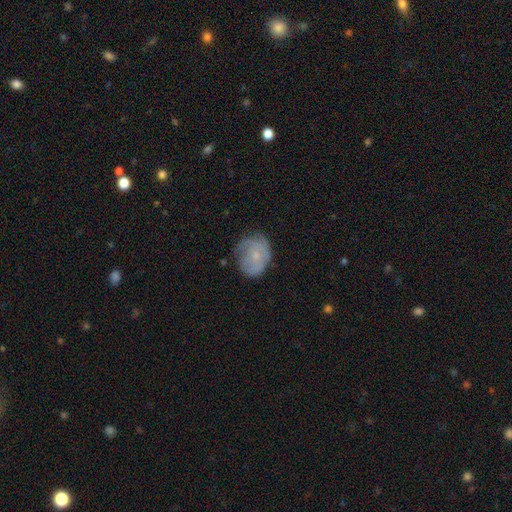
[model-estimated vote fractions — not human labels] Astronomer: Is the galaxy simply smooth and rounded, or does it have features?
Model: smooth — 46% (runner-up: featured or disk, 45%).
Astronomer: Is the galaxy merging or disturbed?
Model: none — 54% (runner-up: minor disturbance, 31%).